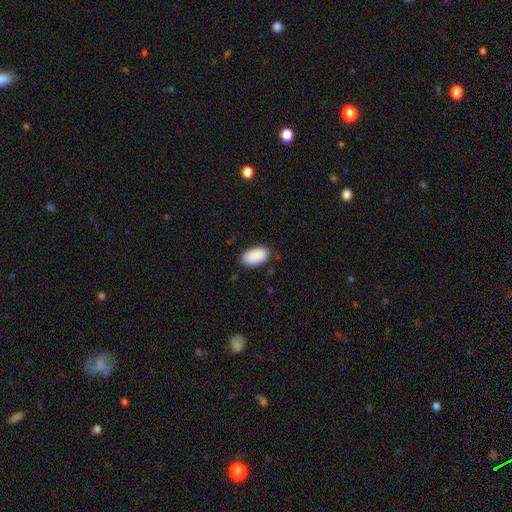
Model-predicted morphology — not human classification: smooth-or-featured: smooth: 90% | star or artifact: 6% | featured or disk: 4%
  how-rounded: in between: 95% | round: 4% | cigar-shaped: 2%
  merging: none: 78% | minor disturbance: 17% | major disturbance: 3% | merger: 1%